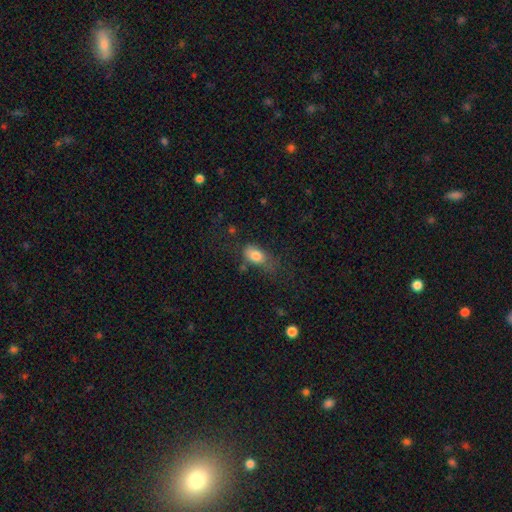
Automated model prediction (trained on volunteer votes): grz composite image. It shows a smooth galaxy with no disk features (80%) that is in between round and cigar-shaped (87%). Merging: none (46%).